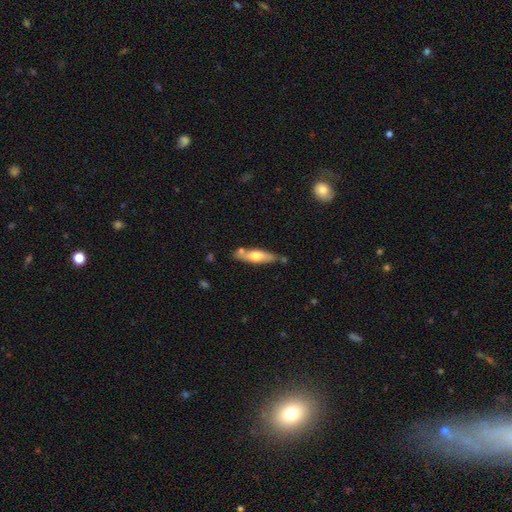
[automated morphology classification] type=smooth (54%); roundness=cigar-shaped (67%); merging=none (69%).